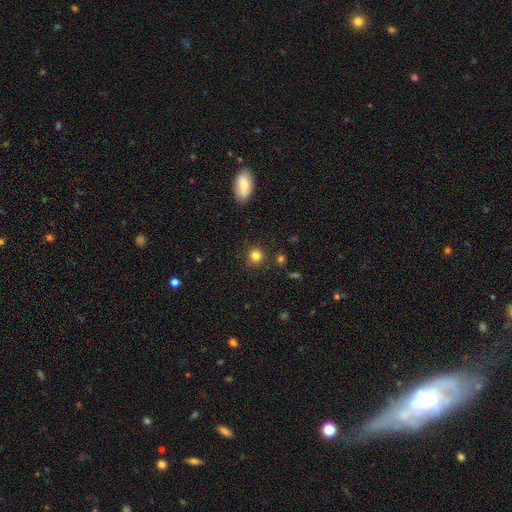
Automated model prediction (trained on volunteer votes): Overall: smooth (82%). How rounded: round (91%). Merging: none (87%).